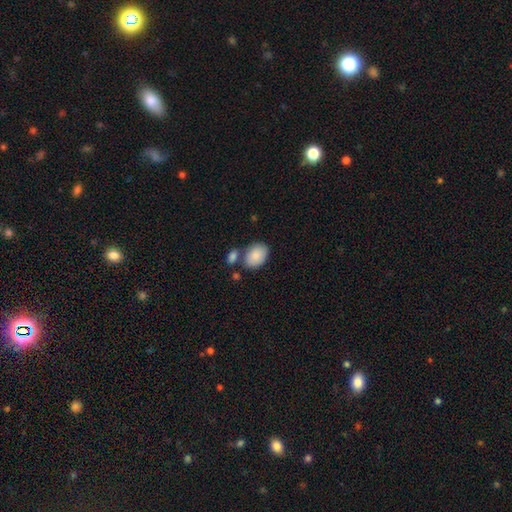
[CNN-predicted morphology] type=smooth (86%); roundness=in between (84%); merging=none (65%).